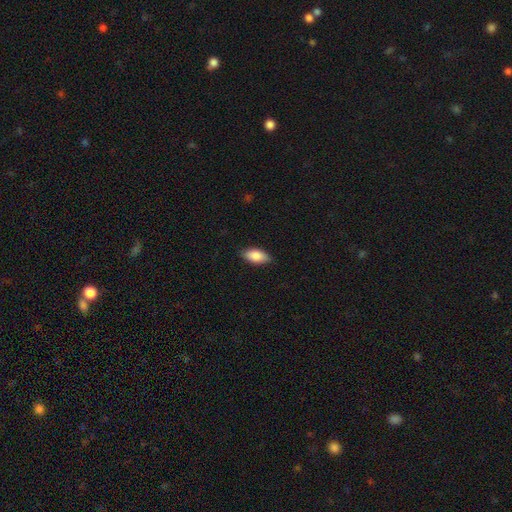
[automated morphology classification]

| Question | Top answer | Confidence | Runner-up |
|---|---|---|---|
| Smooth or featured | smooth | 85% | featured or disk (9%) |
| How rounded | in between | 90% | cigar-shaped (7%) |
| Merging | none | 86% | minor disturbance (11%) |